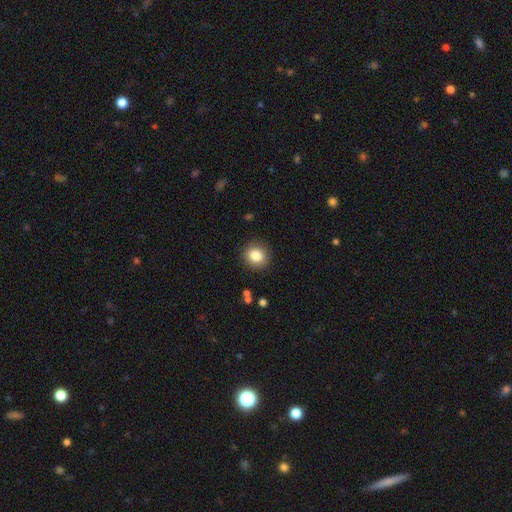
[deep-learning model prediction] A smooth galaxy with no disk features (84%) that is round (84%).

Vote fractions:
- Smooth or featured? smooth: 84% / star or artifact: 9% / featured or disk: 6%
- How rounded? round: 84% / in between: 15% / cigar-shaped: 1%
- Merging? none: 89% / minor disturbance: 7% / major disturbance: 2% / merger: 1%